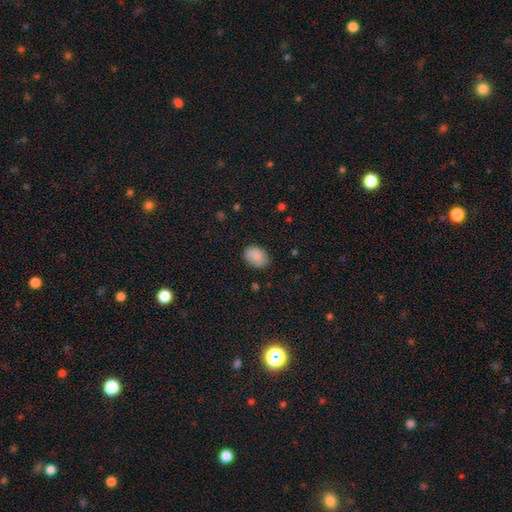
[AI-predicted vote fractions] This is clearly a smooth galaxy (85%). How rounded: likely in between (76%). Merging: likely none (78%).